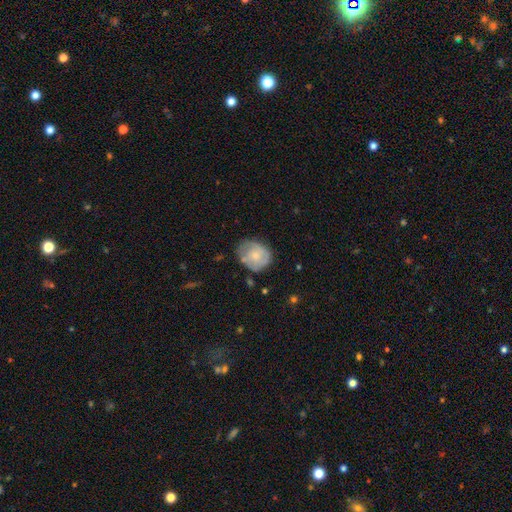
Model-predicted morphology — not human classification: A smooth galaxy with no disk features (57%) that is round (62%). Merging: none (54%).